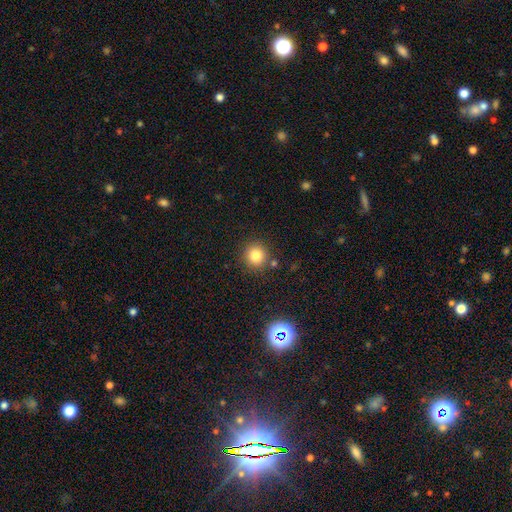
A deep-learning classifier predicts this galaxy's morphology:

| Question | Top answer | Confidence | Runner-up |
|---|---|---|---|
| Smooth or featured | smooth | 81% | star or artifact (13%) |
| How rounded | round | 93% | in between (6%) |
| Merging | none | 85% | minor disturbance (8%) |